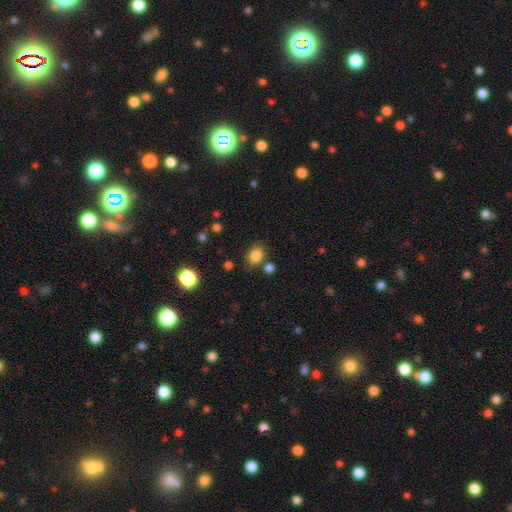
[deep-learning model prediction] A smooth galaxy with no disk features (84%) that is in between round and cigar-shaped (57%). Merging: none (75%).